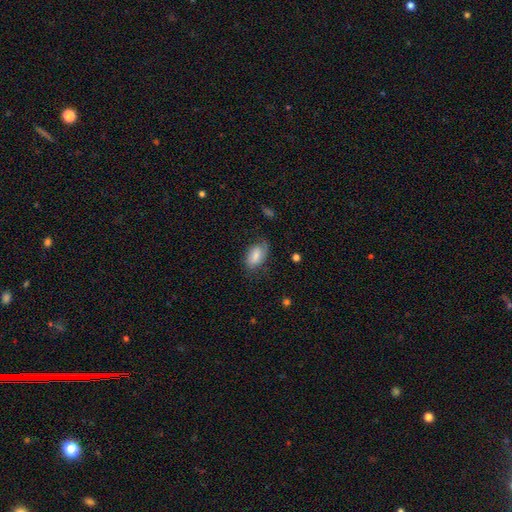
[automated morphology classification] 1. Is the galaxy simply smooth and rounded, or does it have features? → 67% smooth, 26% featured or disk, 7% star or artifact.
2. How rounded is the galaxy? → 91% in between, 6% round, 2% cigar-shaped.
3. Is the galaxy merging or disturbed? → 59% none, 27% minor disturbance, 12% major disturbance, 2% merger.